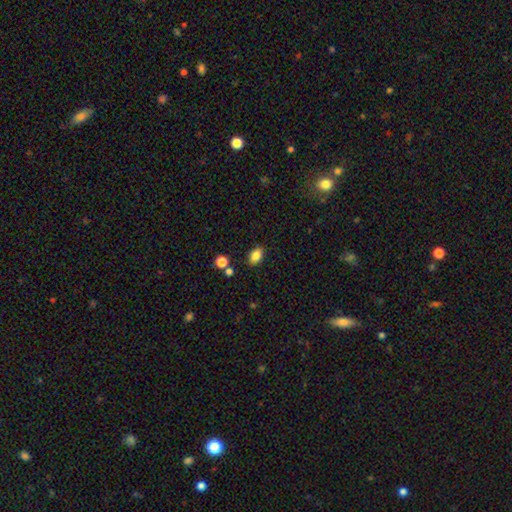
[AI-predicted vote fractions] The model was most divided on "how rounded": in between: 84%, round: 14%, cigar-shaped: 2%. More confident: smooth or featured — smooth (84%); merging — none (83%).